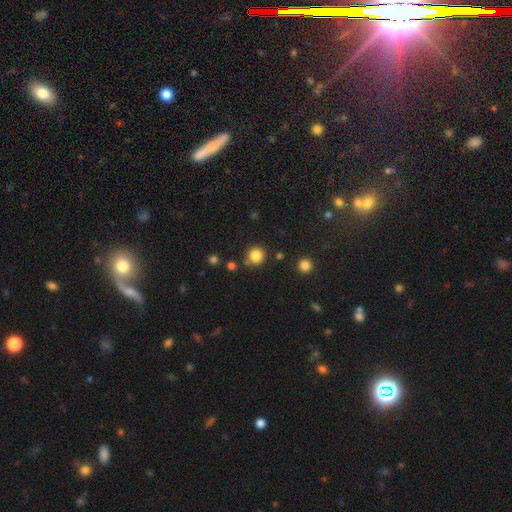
Smooth or featured? smooth (82%)
How rounded? round (91%)
Merging? none (77%)